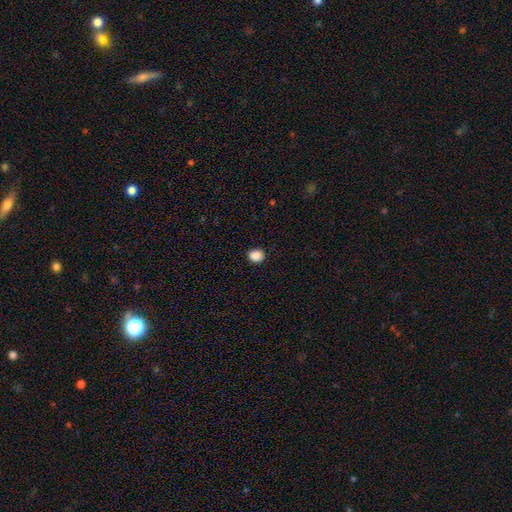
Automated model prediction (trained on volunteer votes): A smooth galaxy with no disk features (88%) that is round (69%). Merging: none (90%).